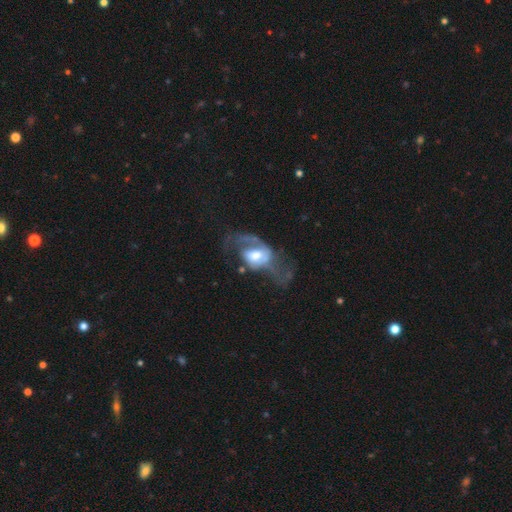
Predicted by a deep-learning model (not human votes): The model was most divided on "bar": no: 56%, weak: 34%, strong: 10%. More confident: edge-on disk — no (95%); spiral arms — yes (68%); smooth or featured — featured or disk (68%); bulge size — moderate (53%); merging — major disturbance (51%).